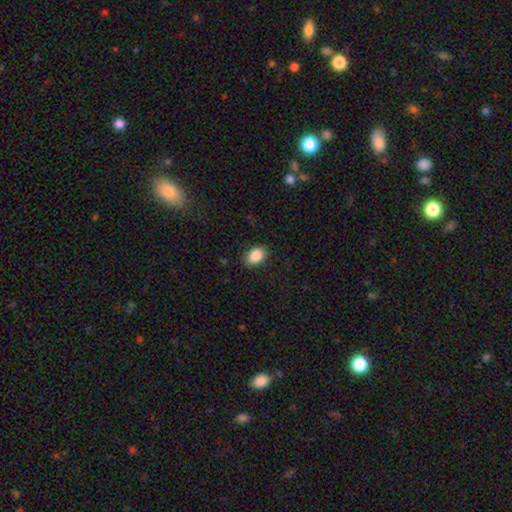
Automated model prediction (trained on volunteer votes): This appears to be a smooth galaxy with no disk features (87%) that is in between round and cigar-shaped (81%). Merging: none (85%).